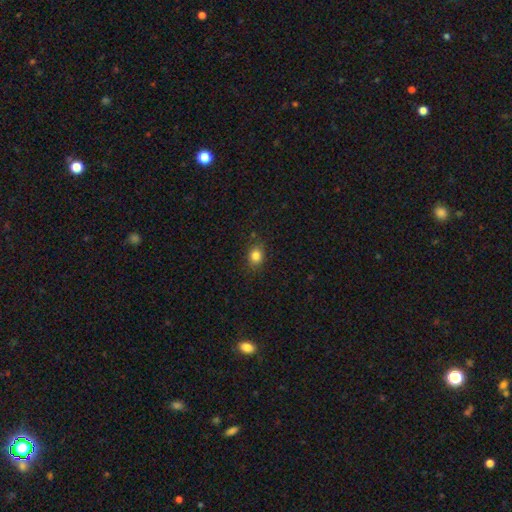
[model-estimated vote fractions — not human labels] This is clearly a smooth galaxy (83%). How rounded: possibly round (50%). Merging: clearly none (84%).